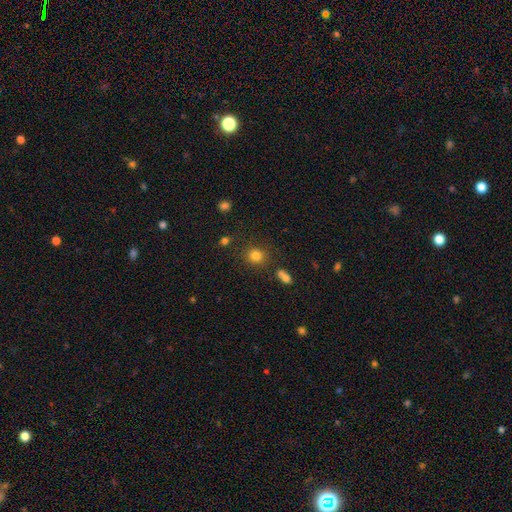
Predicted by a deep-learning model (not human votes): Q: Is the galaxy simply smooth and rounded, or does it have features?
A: smooth — 81%.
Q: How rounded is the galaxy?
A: round — 82%.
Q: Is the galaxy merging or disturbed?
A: none — 81%.